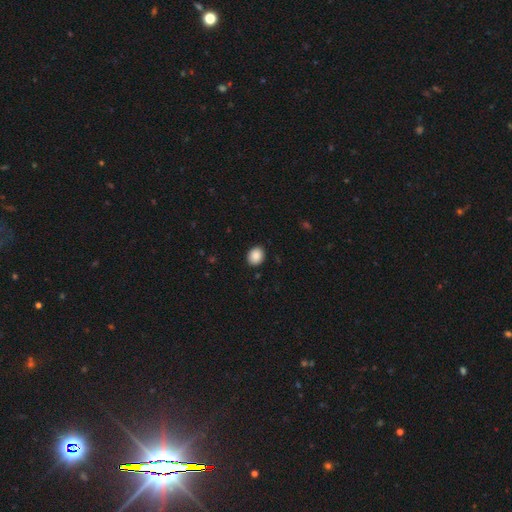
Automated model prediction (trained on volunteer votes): smooth-or-featured: smooth: 88% | star or artifact: 8% | featured or disk: 3%
  how-rounded: round: 50% | in between: 49% | cigar-shaped: 1%
  merging: none: 90% | minor disturbance: 7% | major disturbance: 2% | merger: 1%